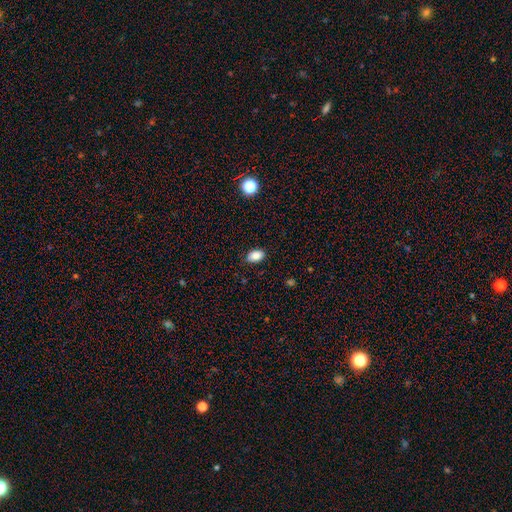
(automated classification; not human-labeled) A smooth galaxy with no disk features (86%) that is in between round and cigar-shaped (89%).

Vote fractions:
- Smooth or featured? smooth: 86% / star or artifact: 9% / featured or disk: 5%
- How rounded? in between: 89% / round: 9% / cigar-shaped: 1%
- Merging? none: 84% / minor disturbance: 13% / major disturbance: 2% / merger: 1%